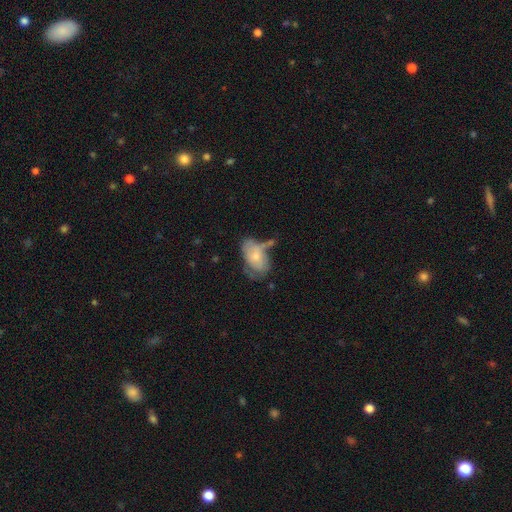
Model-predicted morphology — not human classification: Overall: smooth (55%; featured or disk 38%). How rounded: in between (90%). Merging: none (31%; minor disturbance 29%).